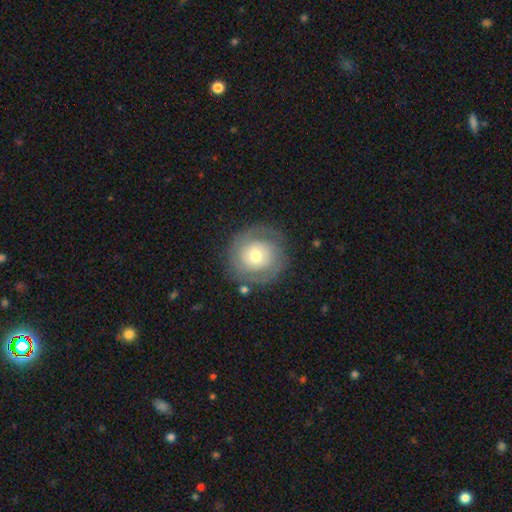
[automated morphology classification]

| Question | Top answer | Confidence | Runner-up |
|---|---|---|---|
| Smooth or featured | featured or disk | 60% | smooth (33%) |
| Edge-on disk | no | 97% | yes (3%) |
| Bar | no | 77% | weak (19%) |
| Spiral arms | yes | 77% | no (23%) |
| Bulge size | moderate | 57% | small (31%) |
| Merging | none | 78% | minor disturbance (13%) |